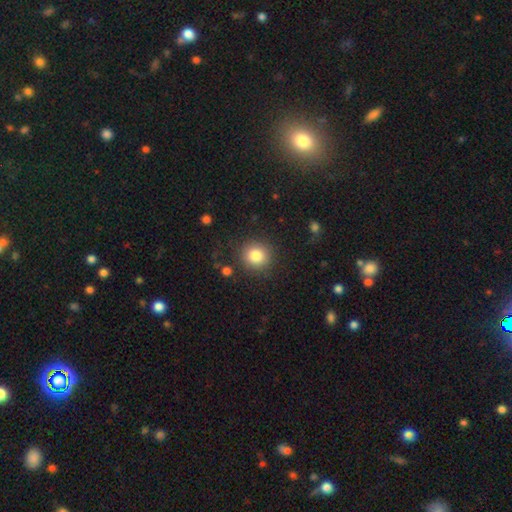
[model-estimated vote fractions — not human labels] Overall: smooth (83%). How rounded: round (91%). Merging: none (88%).